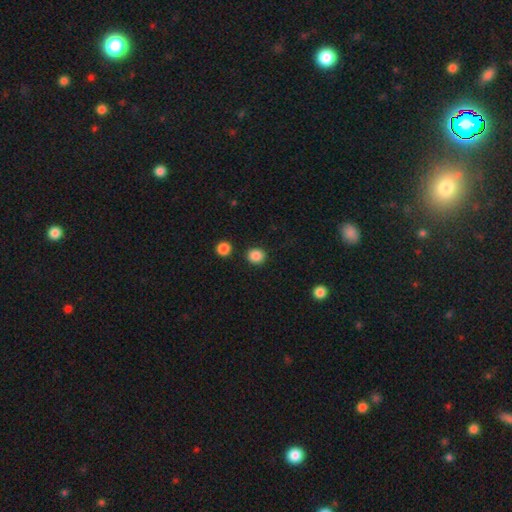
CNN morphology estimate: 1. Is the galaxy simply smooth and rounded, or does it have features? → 87% smooth, 10% star or artifact, 3% featured or disk.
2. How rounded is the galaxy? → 86% round, 13% in between, 1% cigar-shaped.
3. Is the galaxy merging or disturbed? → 89% none, 6% minor disturbance, 3% merger, 2% major disturbance.